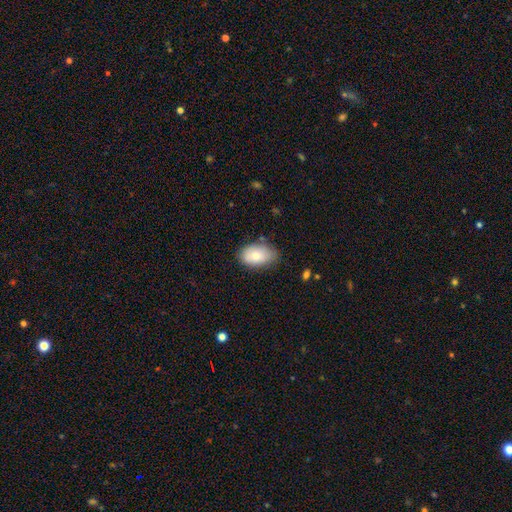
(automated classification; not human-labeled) This is likely a smooth galaxy (75%). How rounded: clearly in between (91%). Merging: likely none (71%).